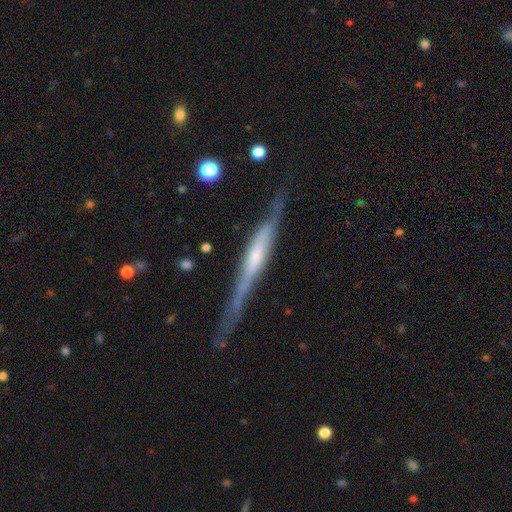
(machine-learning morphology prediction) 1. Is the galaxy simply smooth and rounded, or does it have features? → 73% featured or disk, 21% smooth, 6% star or artifact.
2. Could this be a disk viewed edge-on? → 92% yes, 8% no.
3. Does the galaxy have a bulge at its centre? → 42% rounded, 37% none, 22% boxy.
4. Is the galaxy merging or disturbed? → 68% none, 22% minor disturbance, 7% major disturbance, 3% merger.